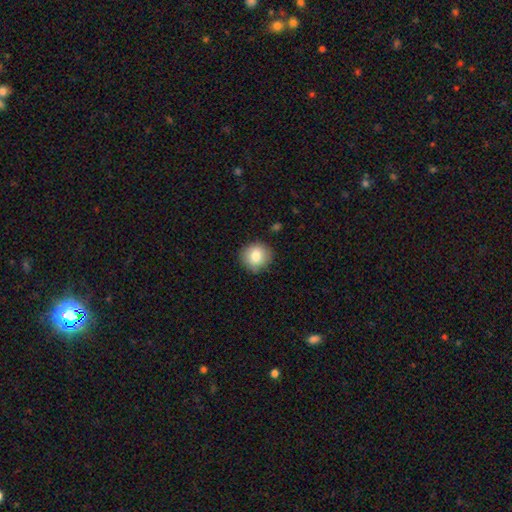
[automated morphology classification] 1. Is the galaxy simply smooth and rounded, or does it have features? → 81% smooth, 10% featured or disk, 9% star or artifact.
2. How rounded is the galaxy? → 89% round, 10% in between, 1% cigar-shaped.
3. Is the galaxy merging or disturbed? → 86% none, 10% minor disturbance, 2% major disturbance, 1% merger.